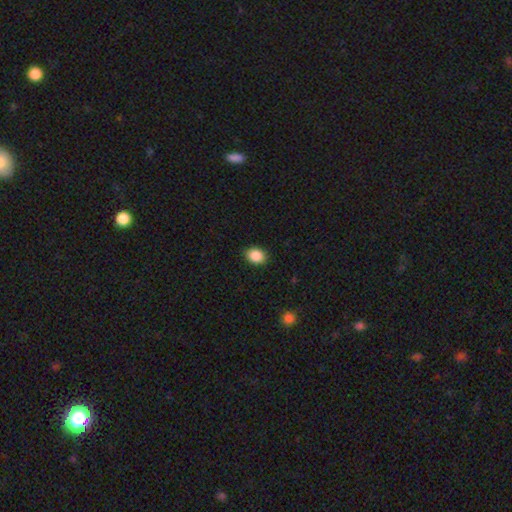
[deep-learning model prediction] Overall: smooth (88%). How rounded: in between (61%; round 38%). Merging: none (89%).